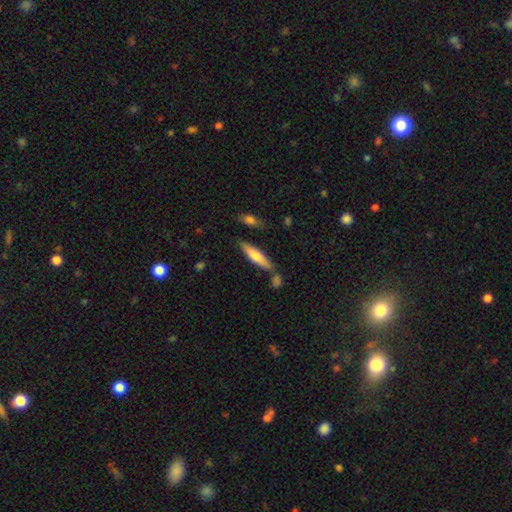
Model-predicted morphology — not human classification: Q: Smooth or featured?
A: smooth (66%); runner-up: featured or disk (29%)
Q: How rounded?
A: cigar-shaped (76%); runner-up: in between (23%)
Q: Merging?
A: none (72%); runner-up: minor disturbance (14%)